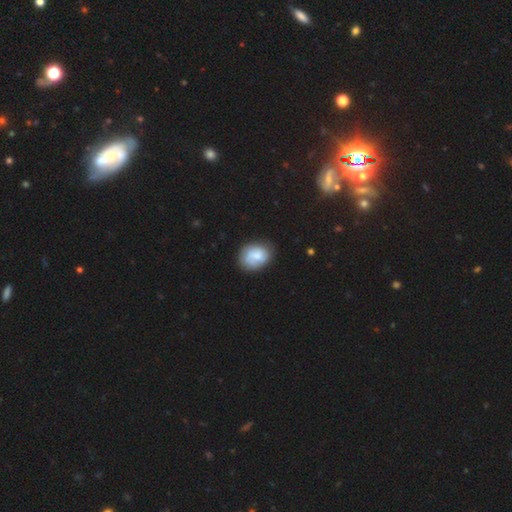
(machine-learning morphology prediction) This is likely a smooth galaxy (65%). How rounded: possibly in between (55%). Merging: likely none (67%).